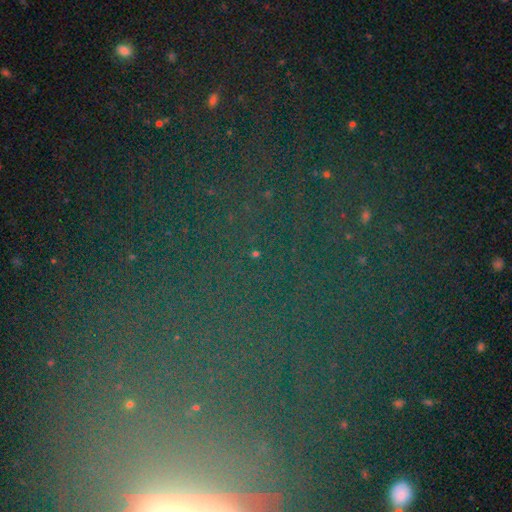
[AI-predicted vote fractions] smooth_or_featured: star or artifact (p=0.80) [alt: smooth p=0.12]